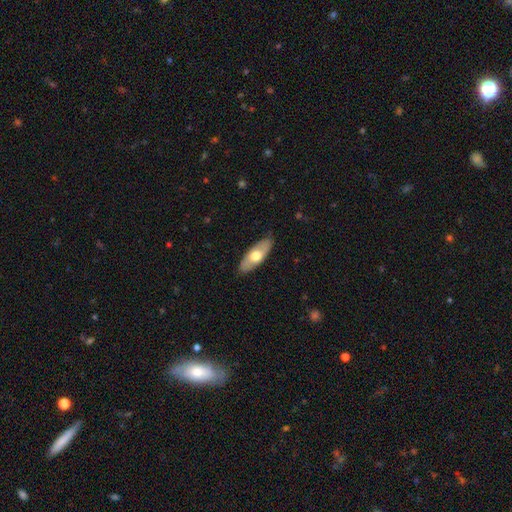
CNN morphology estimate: Smooth or featured? smooth (58%)
How rounded? in between (77%)
Merging? none (86%)